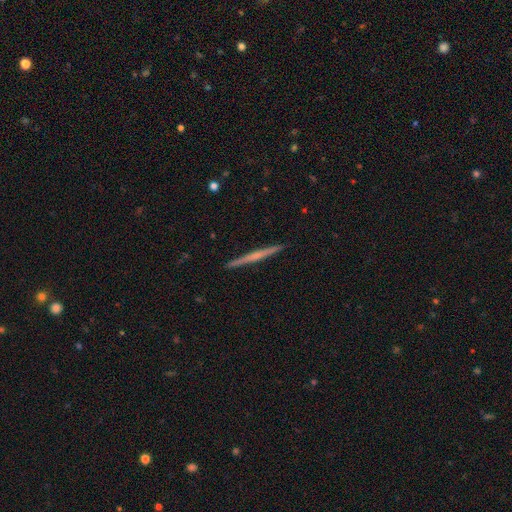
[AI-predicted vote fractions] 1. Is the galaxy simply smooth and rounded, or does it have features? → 62% featured or disk, 33% smooth, 5% star or artifact.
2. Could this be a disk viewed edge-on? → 98% yes, 2% no.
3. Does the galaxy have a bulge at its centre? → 61% none, 31% rounded, 8% boxy.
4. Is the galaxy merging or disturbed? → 93% none, 5% minor disturbance, 1% major disturbance, 1% merger.